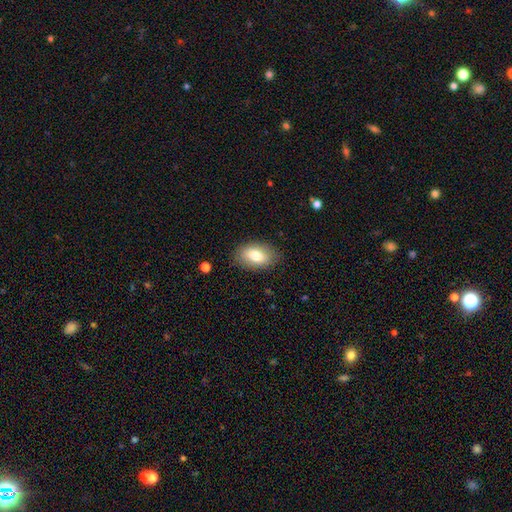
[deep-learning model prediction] Smooth or featured? smooth (79%)
How rounded? in between (91%)
Merging? none (83%)